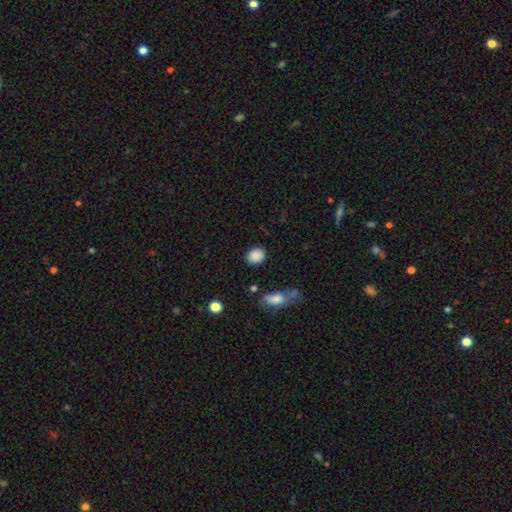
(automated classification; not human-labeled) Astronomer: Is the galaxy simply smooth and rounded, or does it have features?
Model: smooth — 87%.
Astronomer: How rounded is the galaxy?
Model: round — 56% (runner-up: in between, 43%).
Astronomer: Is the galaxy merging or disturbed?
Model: none — 84%.